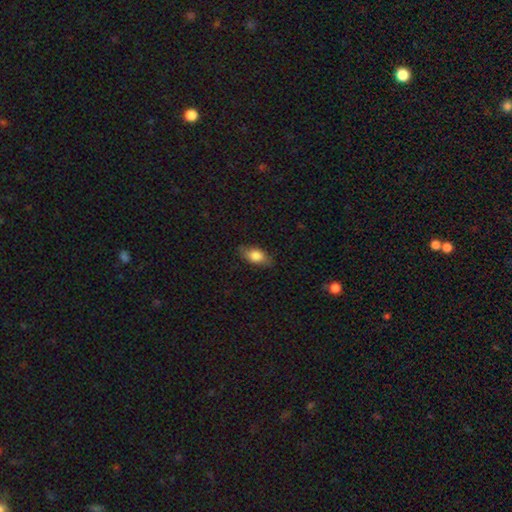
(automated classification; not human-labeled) Overall: smooth (78%). How rounded: in between (85%). Merging: none (78%).